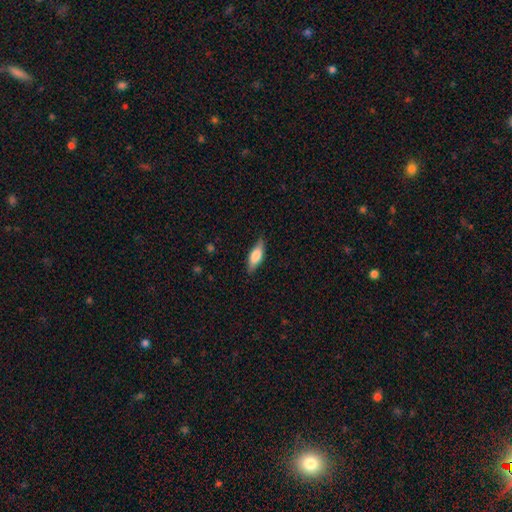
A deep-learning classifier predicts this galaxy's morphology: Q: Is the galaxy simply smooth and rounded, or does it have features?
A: smooth — 68%.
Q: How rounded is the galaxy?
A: in between — 64%.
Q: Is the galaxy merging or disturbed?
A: none — 82%.